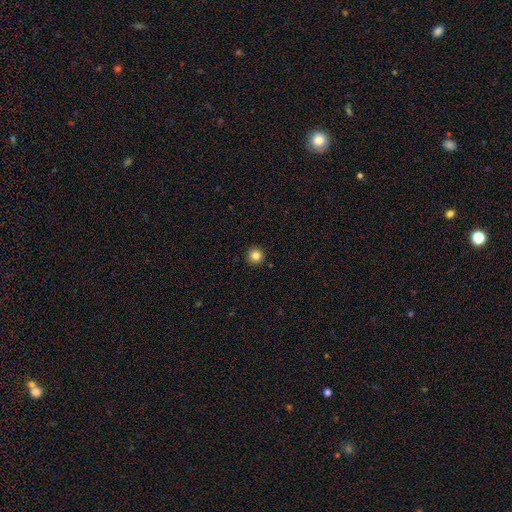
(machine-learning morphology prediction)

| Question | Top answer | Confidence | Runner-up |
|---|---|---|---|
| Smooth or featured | smooth | 84% | star or artifact (11%) |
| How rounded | round | 95% | in between (4%) |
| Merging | none | 93% | minor disturbance (4%) |